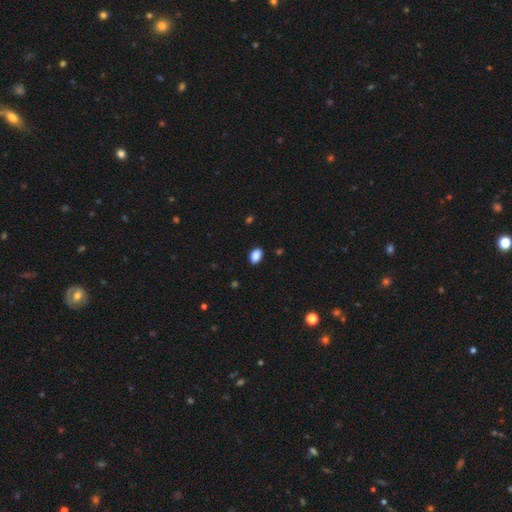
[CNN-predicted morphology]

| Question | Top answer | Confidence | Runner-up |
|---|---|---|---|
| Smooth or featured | smooth | 88% | star or artifact (8%) |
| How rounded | in between | 88% | round (11%) |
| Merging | none | 87% | minor disturbance (10%) |